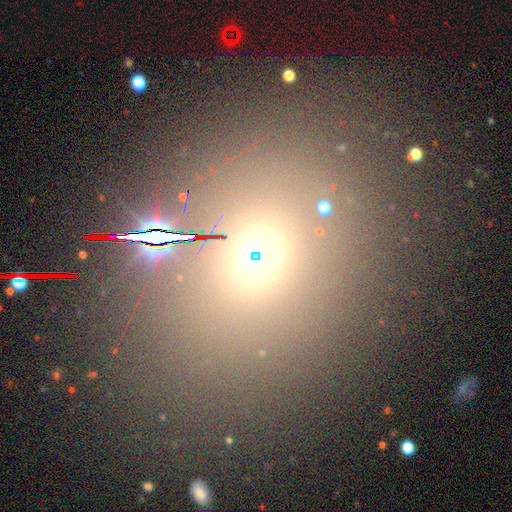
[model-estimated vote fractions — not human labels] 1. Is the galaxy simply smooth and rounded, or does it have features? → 55% smooth, 36% star or artifact, 9% featured or disk.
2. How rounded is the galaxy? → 60% round, 38% in between, 2% cigar-shaped.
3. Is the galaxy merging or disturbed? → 79% none, 9% minor disturbance, 7% merger, 5% major disturbance.